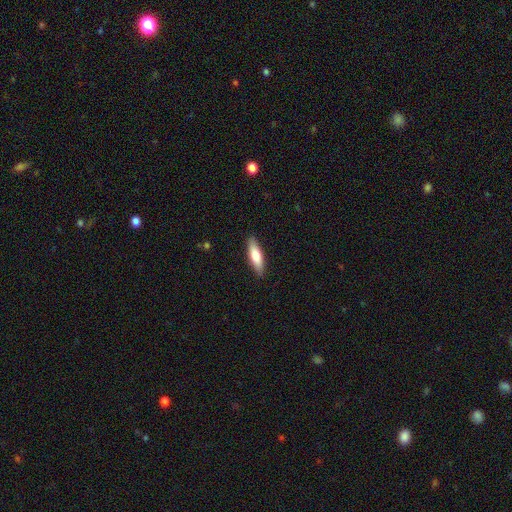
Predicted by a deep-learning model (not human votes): A smooth galaxy with no disk features (73%) that is cigar-shaped (59%).

Vote fractions:
- Smooth or featured? smooth: 73% / featured or disk: 22% / star or artifact: 5%
- How rounded? cigar-shaped: 59% / in between: 39% / round: 2%
- Merging? none: 89% / minor disturbance: 8% / major disturbance: 2% / merger: 1%